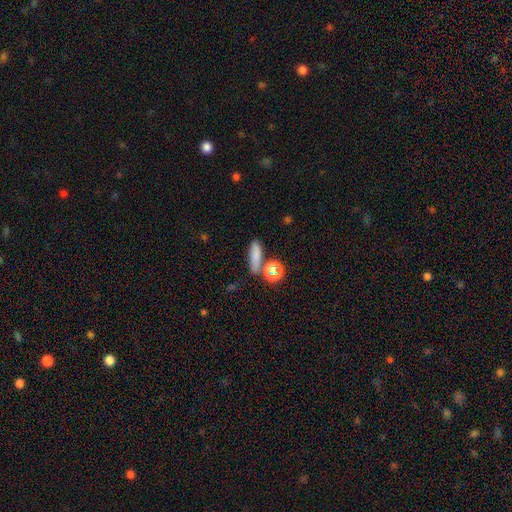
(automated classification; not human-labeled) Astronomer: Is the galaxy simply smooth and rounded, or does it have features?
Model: smooth — 74%.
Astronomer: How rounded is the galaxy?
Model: cigar-shaped — 53% (runner-up: in between, 36%).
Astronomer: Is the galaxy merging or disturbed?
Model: none — 69%.